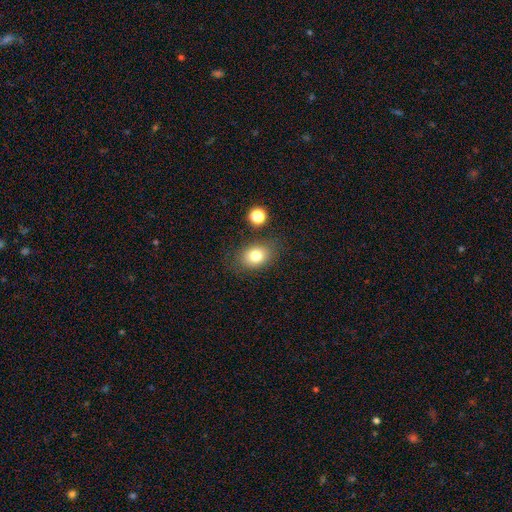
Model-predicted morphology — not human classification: Q: Smooth or featured?
A: smooth (78%); runner-up: star or artifact (11%)
Q: How rounded?
A: in between (64%); runner-up: round (35%)
Q: Merging?
A: none (79%); runner-up: minor disturbance (13%)